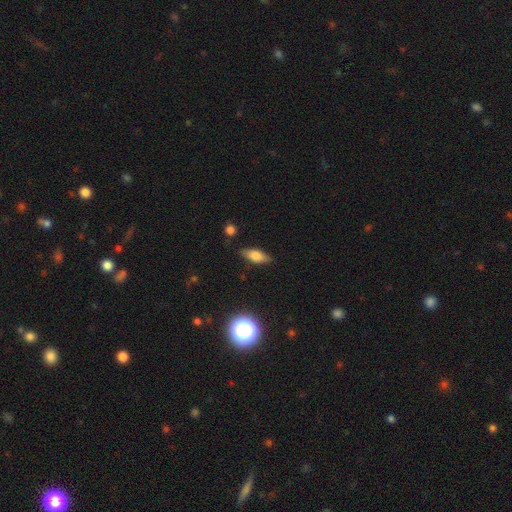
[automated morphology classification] Q: Smooth or featured?
A: smooth (69%); runner-up: featured or disk (22%)
Q: How rounded?
A: in between (72%); runner-up: cigar-shaped (24%)
Q: Merging?
A: none (84%); runner-up: minor disturbance (12%)